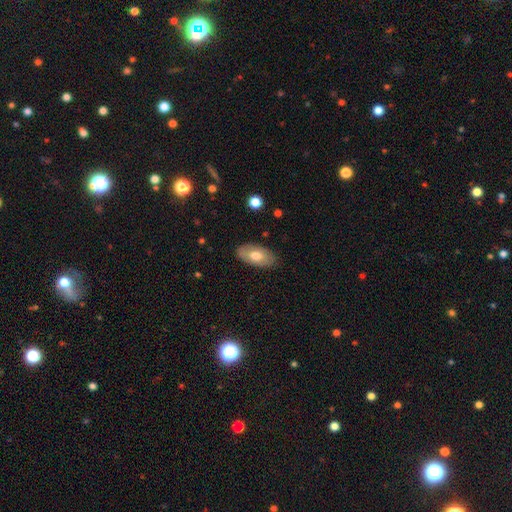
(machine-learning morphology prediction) Overall: smooth (67%). How rounded: in between (93%). Merging: none (84%).